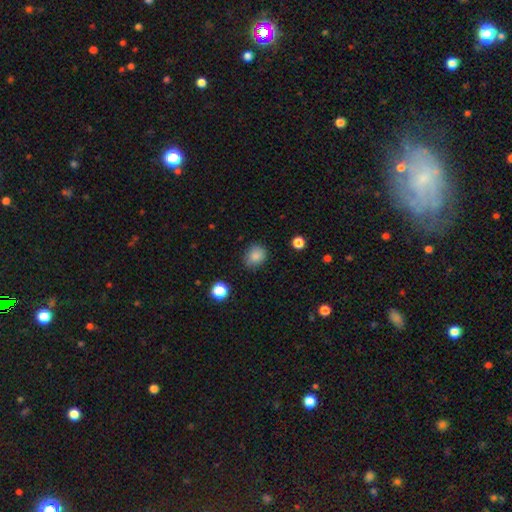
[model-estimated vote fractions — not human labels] Smooth or featured: smooth — 85% (star or artifact — 11%)
How rounded: round — 65% (in between — 34%)
Merging: none — 78% (minor disturbance — 16%)